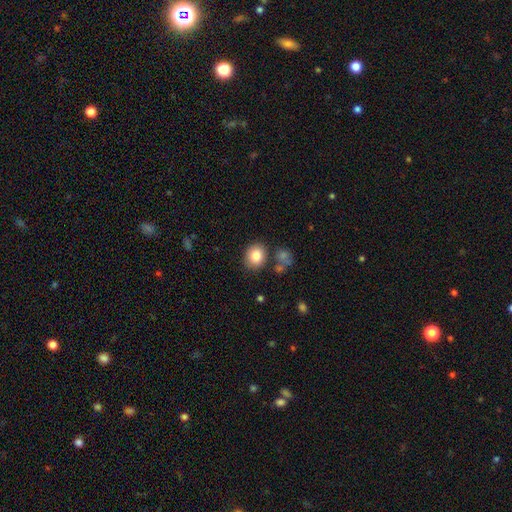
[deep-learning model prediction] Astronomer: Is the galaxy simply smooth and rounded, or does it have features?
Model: smooth — 83%.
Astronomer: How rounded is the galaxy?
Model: round — 69%.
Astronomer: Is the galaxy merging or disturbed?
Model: none — 79%.